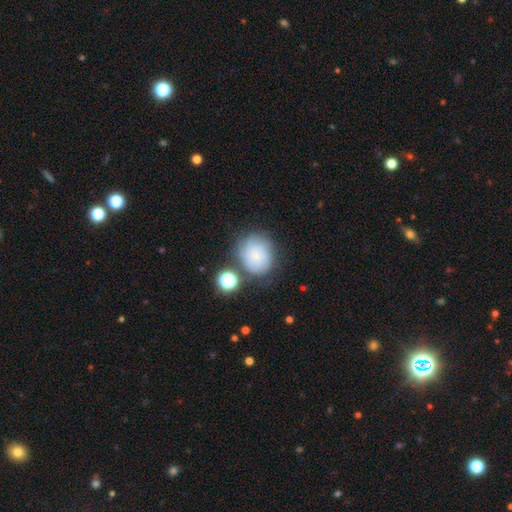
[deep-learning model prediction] Smooth or featured: smooth — 69% (featured or disk — 18%)
How rounded: round — 79% (in between — 20%)
Merging: none — 60% (minor disturbance — 20%)